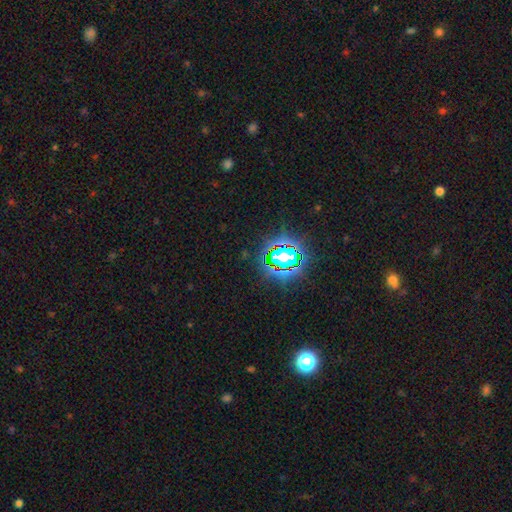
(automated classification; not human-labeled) Morphology: type=star or artifact (79%).